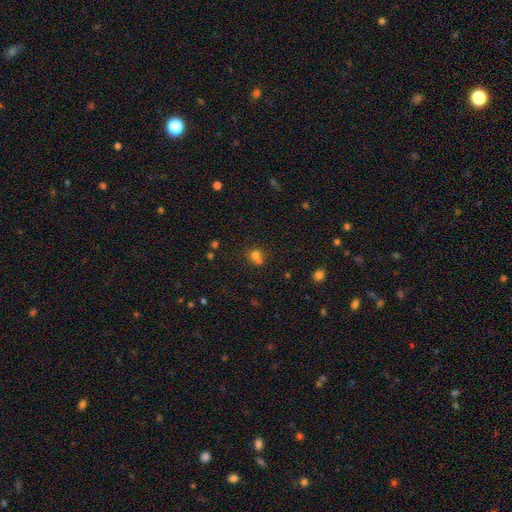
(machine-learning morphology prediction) Smooth or featured?
  - smooth: 73% *
  - star or artifact: 16%
  - featured or disk: 11%
How rounded?
  - round: 76% *
  - in between: 23%
  - cigar-shaped: 1%
Merging?
  - merger: 44% *
  - none: 41%
  - minor disturbance: 10%
  - major disturbance: 4%